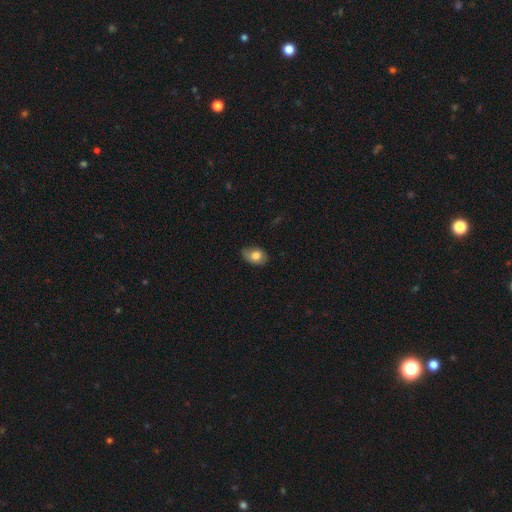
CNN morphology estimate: The model was most divided on "merging": none: 67%, minor disturbance: 26%, major disturbance: 5%, merger: 1%. More confident: how rounded — in between (79%); smooth or featured — smooth (75%).